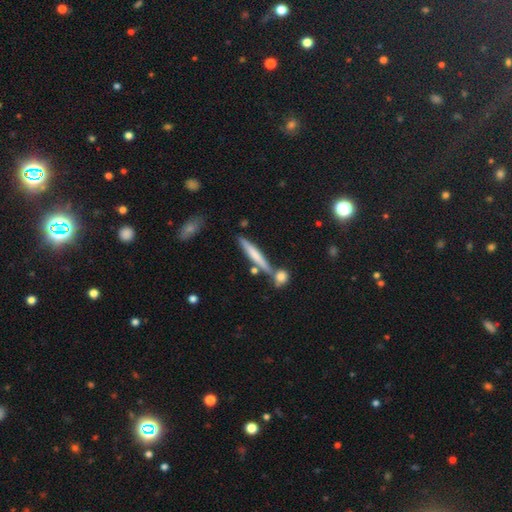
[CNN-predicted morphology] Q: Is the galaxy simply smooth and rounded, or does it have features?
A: smooth — 60%.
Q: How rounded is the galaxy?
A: cigar-shaped — 92%.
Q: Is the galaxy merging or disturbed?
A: none — 70%.